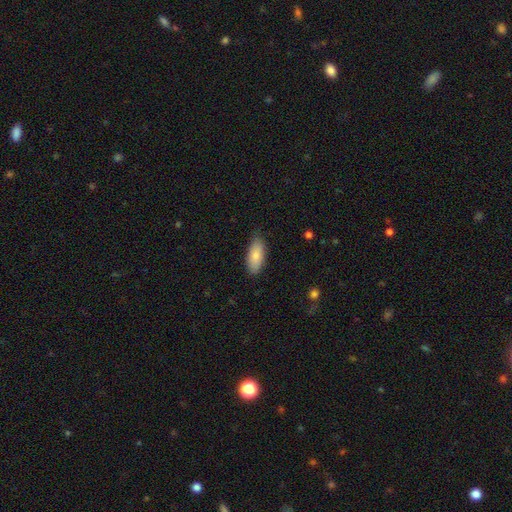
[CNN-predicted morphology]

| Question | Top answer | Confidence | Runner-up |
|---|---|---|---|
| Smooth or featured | smooth | 83% | featured or disk (11%) |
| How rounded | in between | 85% | cigar-shaped (13%) |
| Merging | none | 78% | minor disturbance (18%) |